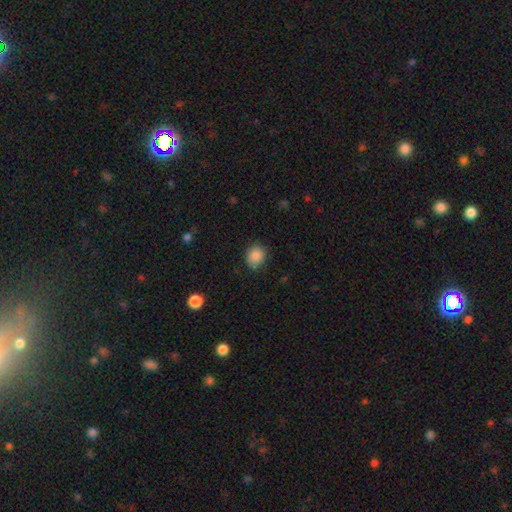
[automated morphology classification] Smooth or featured? smooth (87%)
How rounded? round (69%)
Merging? none (81%)